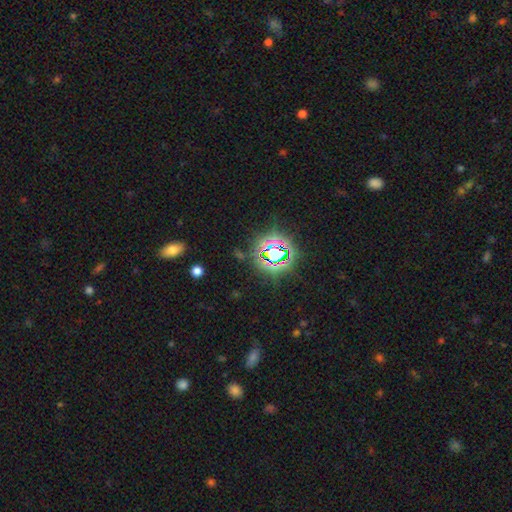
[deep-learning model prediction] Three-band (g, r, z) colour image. It shows a star or artifact, not a galaxy (76%).